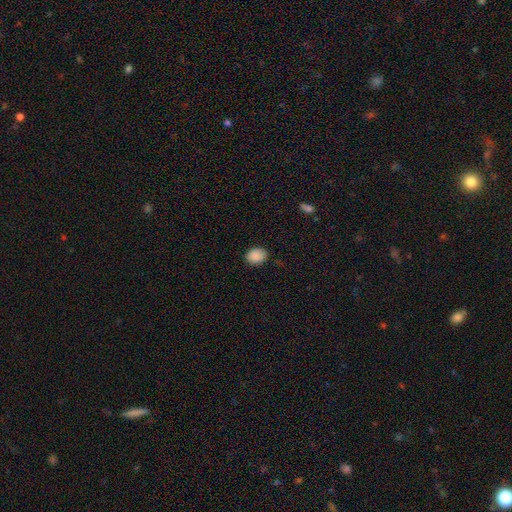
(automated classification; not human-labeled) A smooth galaxy with no disk features (89%) that is in between round and cigar-shaped (62%). Merging: none (85%).